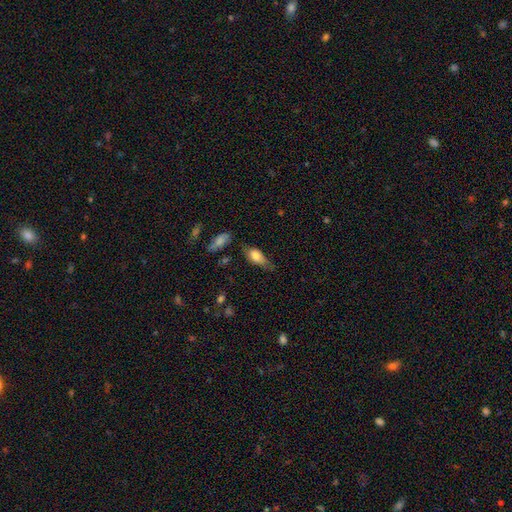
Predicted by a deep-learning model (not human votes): Overall: smooth (76%). How rounded: in between (82%). Merging: none (44%; minor disturbance 39%).